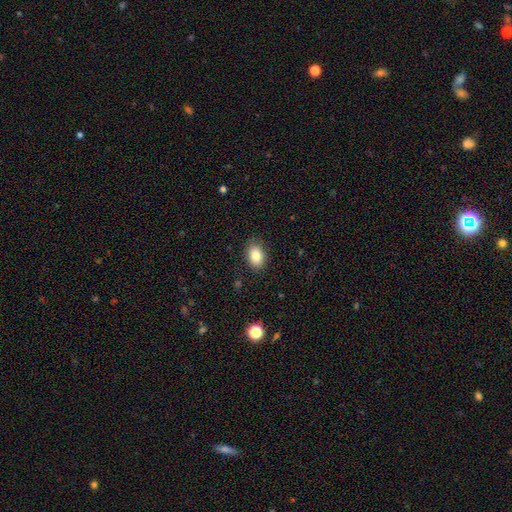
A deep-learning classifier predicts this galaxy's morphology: Q: Smooth or featured?
A: smooth (85%); runner-up: star or artifact (9%)
Q: How rounded?
A: in between (81%); runner-up: round (18%)
Q: Merging?
A: none (86%); runner-up: minor disturbance (11%)